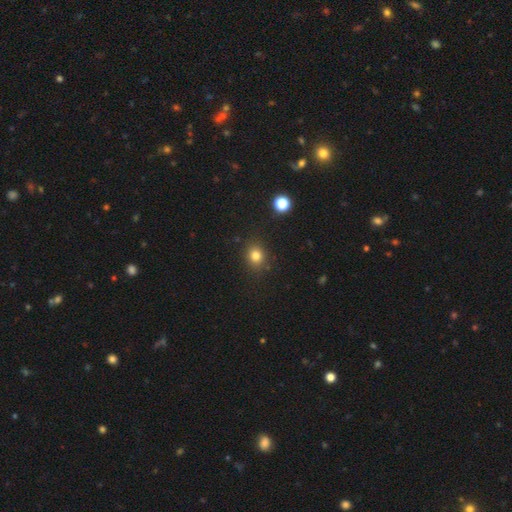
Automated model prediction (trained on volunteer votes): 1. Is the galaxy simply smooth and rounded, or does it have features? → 81% smooth, 13% star or artifact, 6% featured or disk.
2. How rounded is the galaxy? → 69% round, 30% in between, 1% cigar-shaped.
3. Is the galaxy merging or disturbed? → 85% none, 10% minor disturbance, 3% major disturbance, 2% merger.